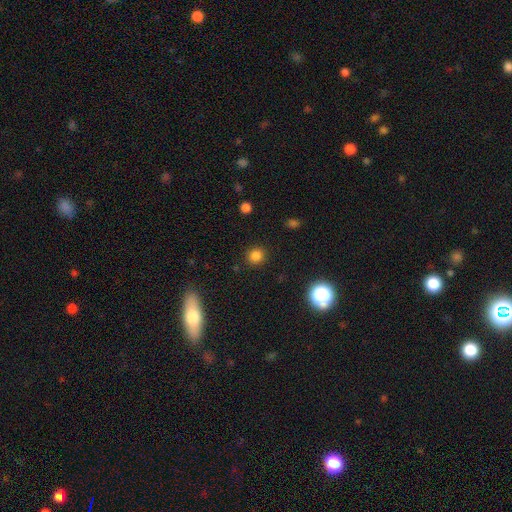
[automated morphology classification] Smooth or featured?
  - smooth: 82% *
  - star or artifact: 14%
  - featured or disk: 4%
How rounded?
  - round: 89% *
  - in between: 10%
  - cigar-shaped: 1%
Merging?
  - none: 90% *
  - minor disturbance: 6%
  - major disturbance: 2%
  - merger: 1%